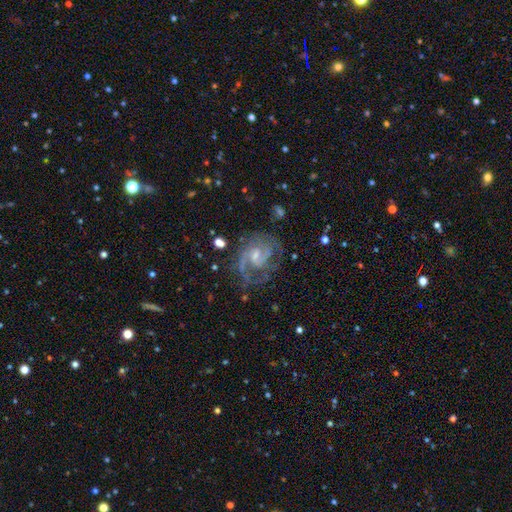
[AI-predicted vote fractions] The model was most divided on "bar": weak: 46%, no: 45%, strong: 9%. Remaining: edge-on disk — no (98%); spiral arms — yes (95%); smooth or featured — featured or disk (83%); merging — none (64%); bulge size — small (55%); spiral arm count — 2 (54%); spiral winding — medium (48%).